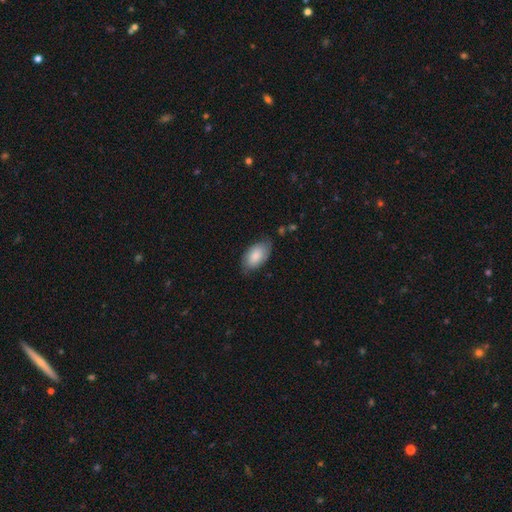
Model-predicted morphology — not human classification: Smooth or featured: smooth — 82% (featured or disk — 13%)
How rounded: in between — 95% (round — 3%)
Merging: none — 69% (minor disturbance — 24%)